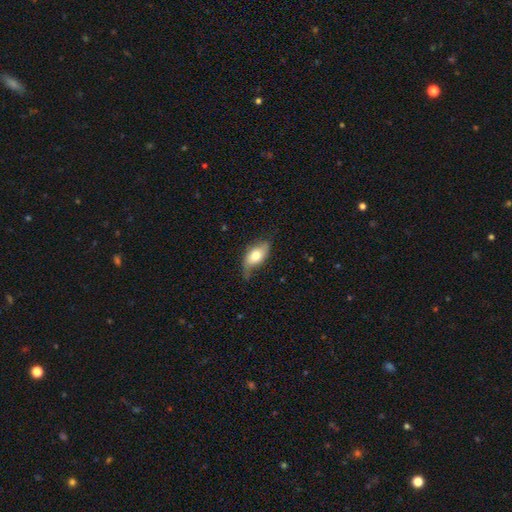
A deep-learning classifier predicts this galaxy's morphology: Smooth or featured? smooth (67%)
How rounded? in between (91%)
Merging? none (49%)